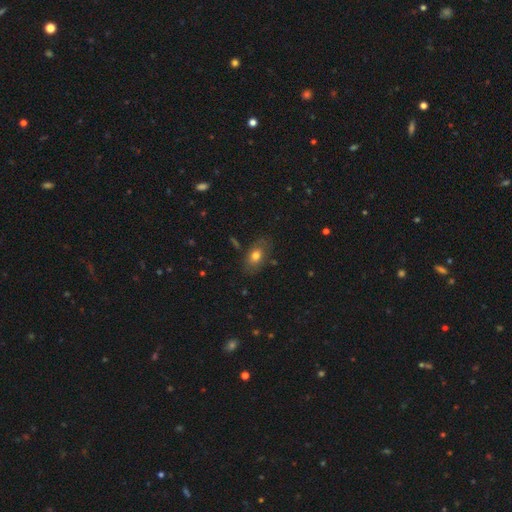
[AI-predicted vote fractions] Smooth or featured? smooth (73%)
How rounded? in between (85%)
Merging? none (77%)